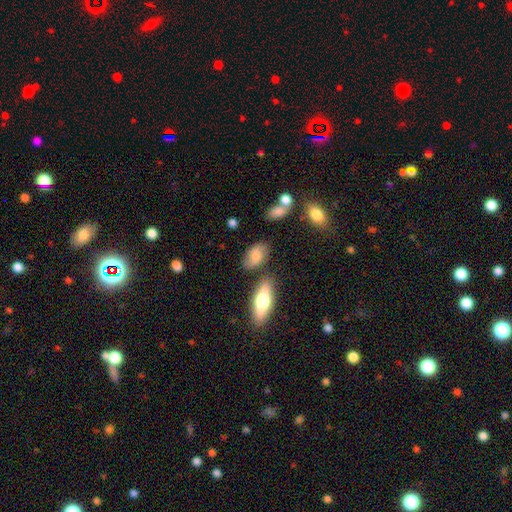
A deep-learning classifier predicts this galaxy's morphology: smooth_or_featured: smooth (p=0.67) [alt: featured or disk p=0.25]
how_rounded: in between (p=0.89) [alt: round p=0.07]
merging: none (p=0.72) [alt: minor disturbance p=0.18]